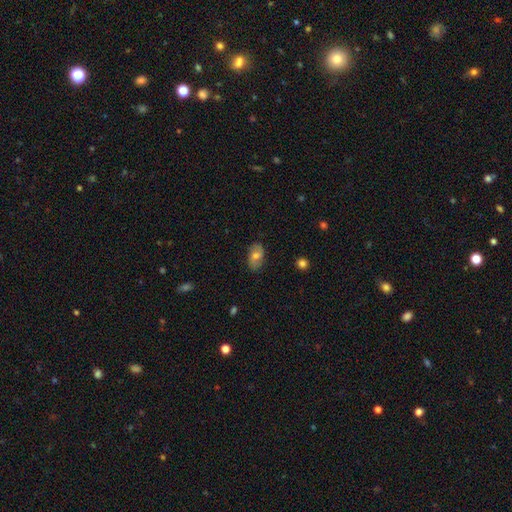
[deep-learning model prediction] A smooth galaxy with no disk features (57%) that is in between round and cigar-shaped (89%). Merging: none (80%).